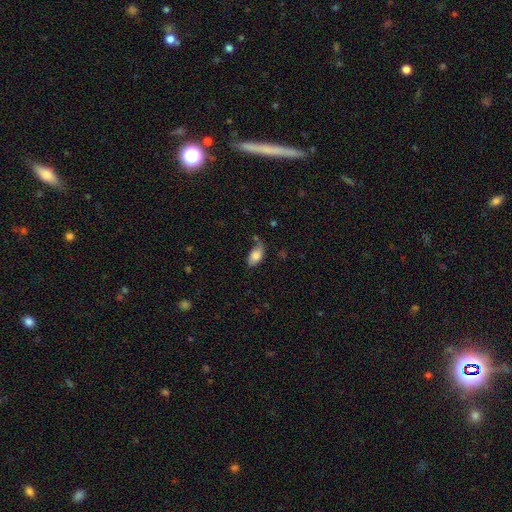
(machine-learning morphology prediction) A smooth galaxy with no disk features (79%) that is in between round and cigar-shaped (92%).

Vote fractions:
- Smooth or featured? smooth: 79% / featured or disk: 14% / star or artifact: 7%
- How rounded? in between: 92% / round: 6% / cigar-shaped: 3%
- Merging? none: 46% / minor disturbance: 33% / major disturbance: 13% / merger: 7%